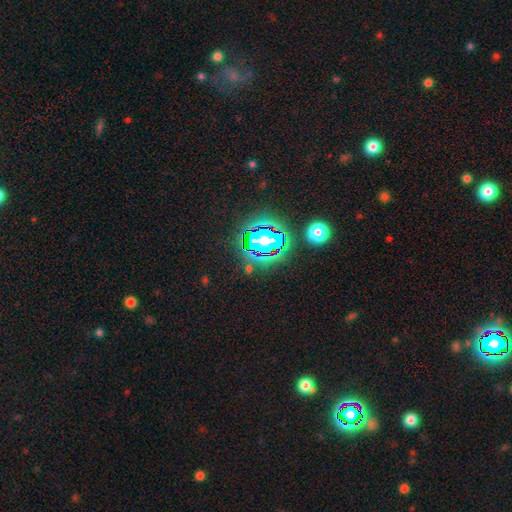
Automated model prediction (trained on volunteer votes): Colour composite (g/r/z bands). It shows a star or artifact, not a galaxy (82%).